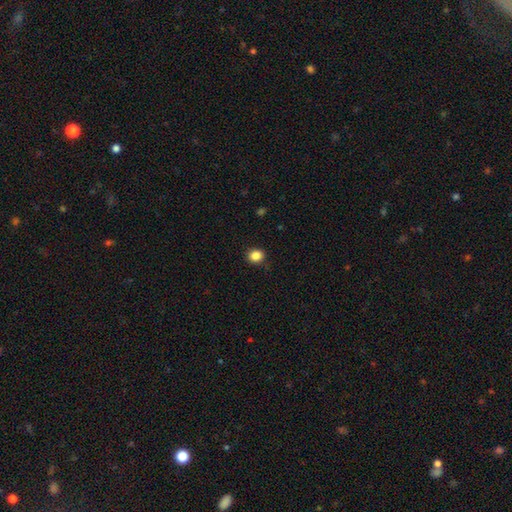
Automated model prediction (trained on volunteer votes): A smooth galaxy with no disk features (85%) that is round (79%). Merging: none (88%).